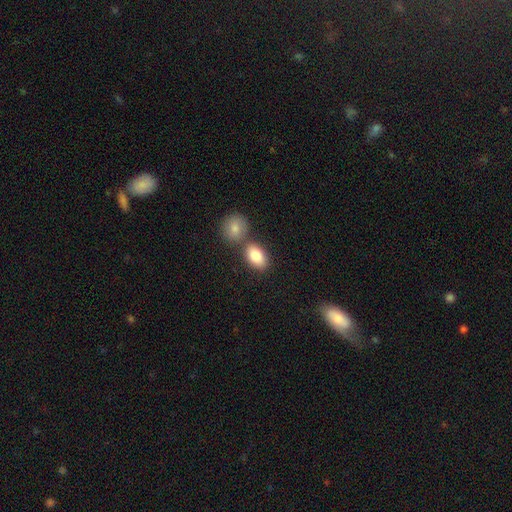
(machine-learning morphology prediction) smooth_or_featured: smooth (p=0.84) [alt: featured or disk p=0.09]
how_rounded: in between (p=0.87) [alt: round p=0.11]
merging: none (p=0.58) [alt: merger p=0.28]